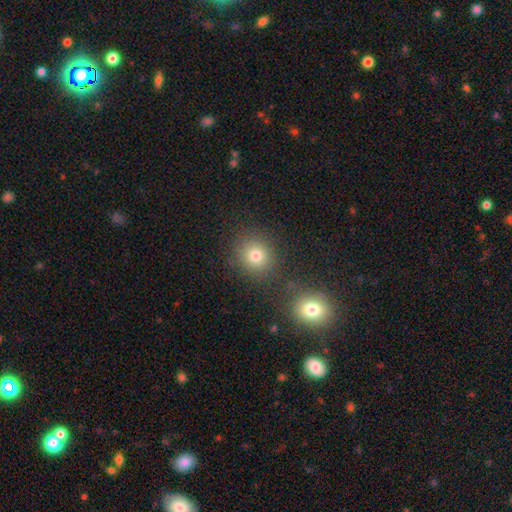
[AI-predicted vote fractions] A smooth galaxy with no disk features (77%) that is round (84%).

Vote fractions:
- Smooth or featured? smooth: 77% / star or artifact: 15% / featured or disk: 8%
- How rounded? round: 84% / in between: 15% / cigar-shaped: 1%
- Merging? none: 79% / merger: 9% / minor disturbance: 8% / major disturbance: 3%